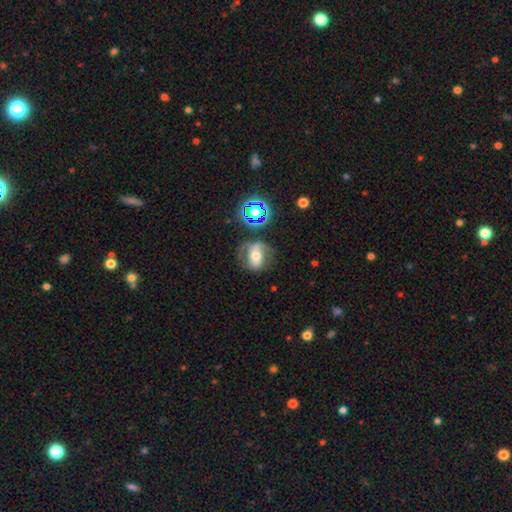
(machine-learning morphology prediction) Smooth or featured? Predicted: featured or disk (p=0.57). Edge-on disk? Predicted: no (p=0.94). Bar? Predicted: strong (p=0.42). Spiral arms? Predicted: yes (p=0.73). Bulge size? Predicted: moderate (p=0.59). Merging? Predicted: none (p=0.59).